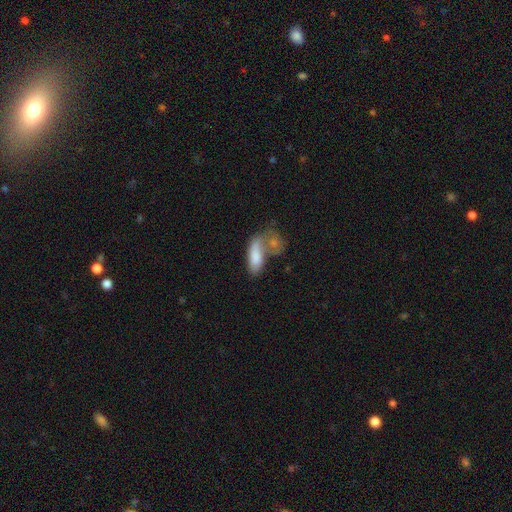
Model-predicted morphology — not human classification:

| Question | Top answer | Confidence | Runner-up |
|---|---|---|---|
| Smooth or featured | smooth | 77% | featured or disk (16%) |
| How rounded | in between | 73% | cigar-shaped (23%) |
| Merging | merger | 47% | none (26%) |